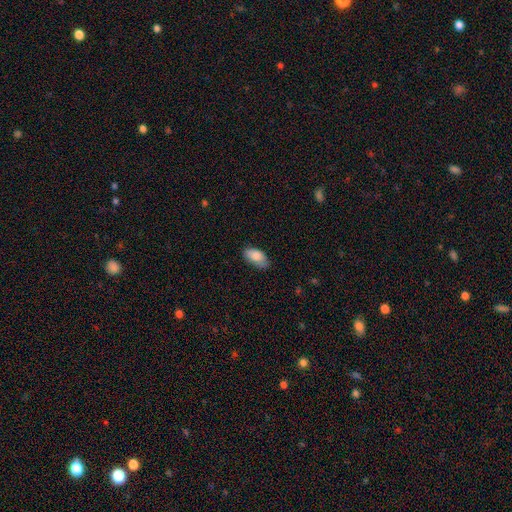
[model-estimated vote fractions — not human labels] Smooth or featured: smooth — 85% (featured or disk — 9%)
How rounded: in between — 94% (cigar-shaped — 3%)
Merging: none — 69% (minor disturbance — 25%)